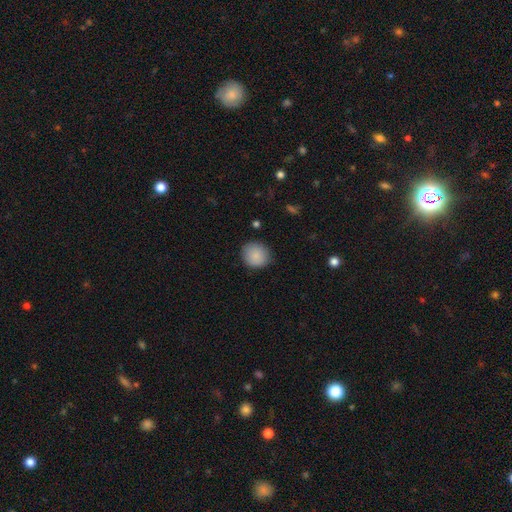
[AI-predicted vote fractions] smooth-or-featured: smooth: 88% | star or artifact: 8% | featured or disk: 5%
  how-rounded: round: 88% | in between: 11% | cigar-shaped: 1%
  merging: none: 86% | minor disturbance: 10% | major disturbance: 2% | merger: 1%